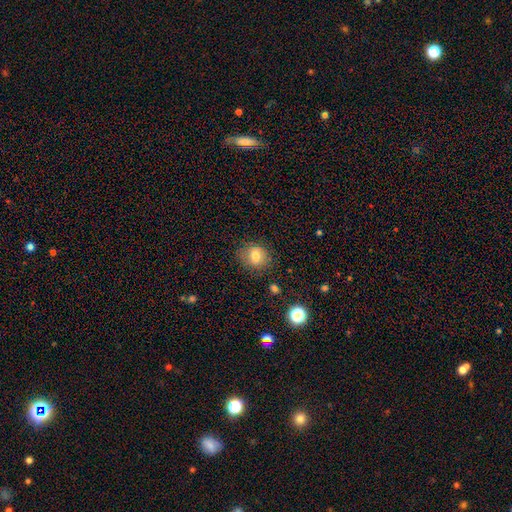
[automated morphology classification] smooth_or_featured: smooth (p=0.75) [alt: featured or disk p=0.14]
how_rounded: round (p=0.67) [alt: in between p=0.32]
merging: none (p=0.79) [alt: minor disturbance p=0.15]